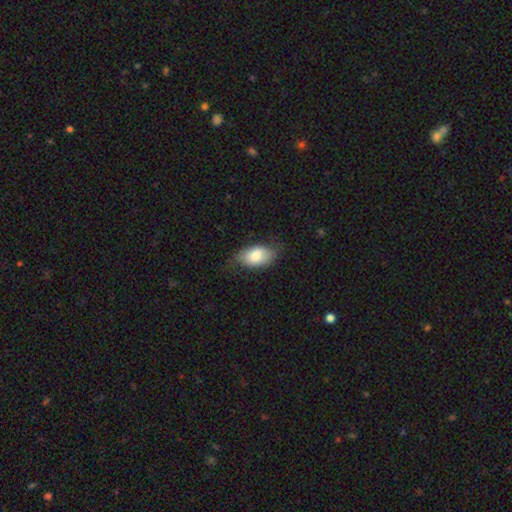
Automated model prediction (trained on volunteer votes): Smooth or featured? smooth (77%)
How rounded? in between (91%)
Merging? none (63%)